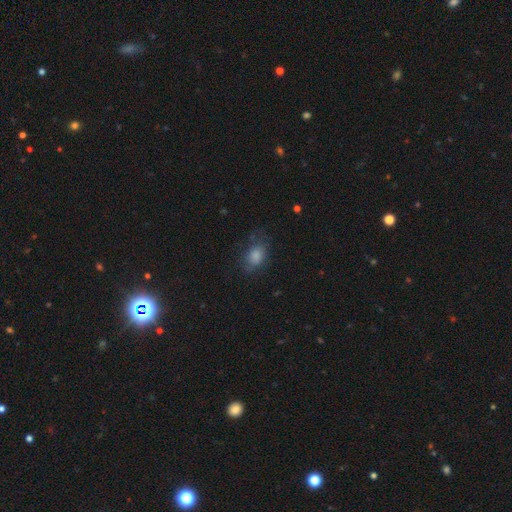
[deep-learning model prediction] smooth_or_featured: smooth (p=0.79) [alt: featured or disk p=0.11]
how_rounded: in between (p=0.74) [alt: round p=0.24]
merging: none (p=0.59) [alt: minor disturbance p=0.25]